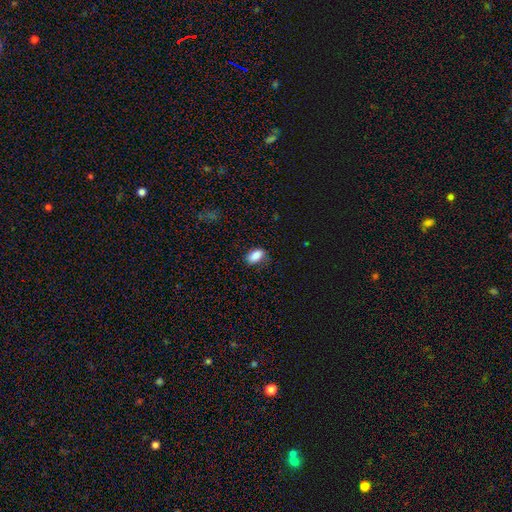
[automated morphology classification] The model was most divided on "merging": none: 80%, minor disturbance: 16%, major disturbance: 3%, merger: 1%. More confident: how rounded — in between (89%); smooth or featured — smooth (87%).